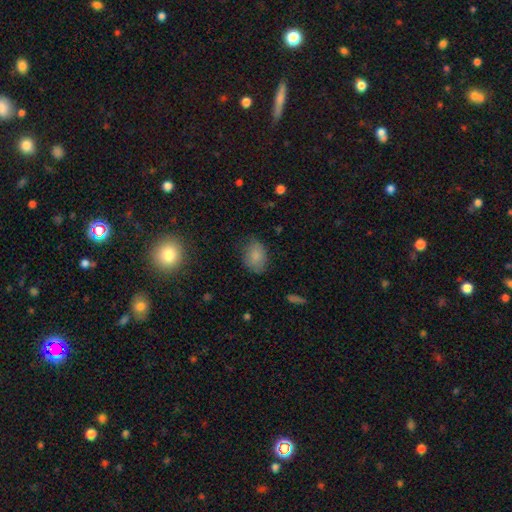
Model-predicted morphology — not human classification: smooth 83%, star or artifact 9%, featured or disk 8%. Down the decision tree: how rounded — in between (77%); merging — none (75%).